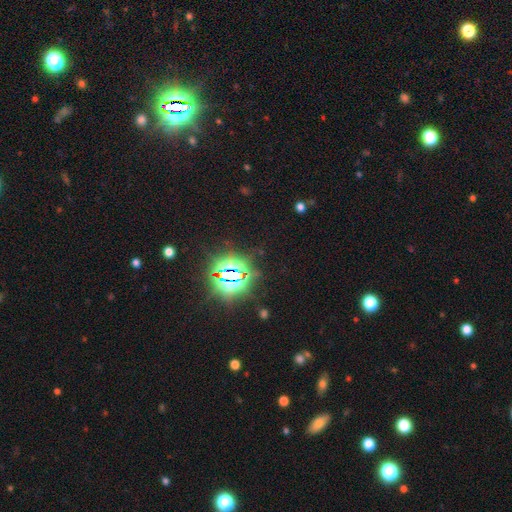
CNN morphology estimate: Smooth or featured? star or artifact (82%)